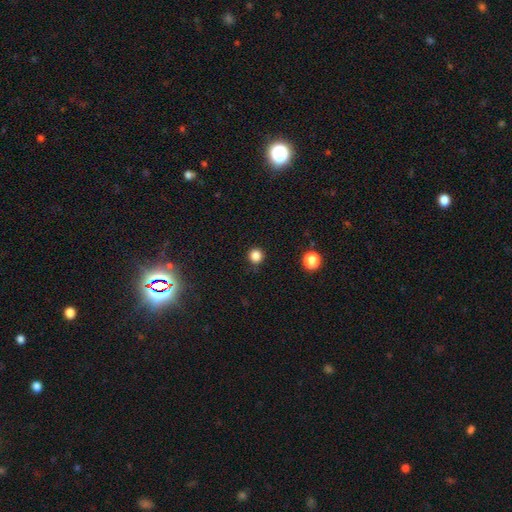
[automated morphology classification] smooth_or_featured: smooth (p=0.84) [alt: star or artifact p=0.13]
how_rounded: round (p=0.94) [alt: in between p=0.05]
merging: none (p=0.90) [alt: minor disturbance p=0.07]